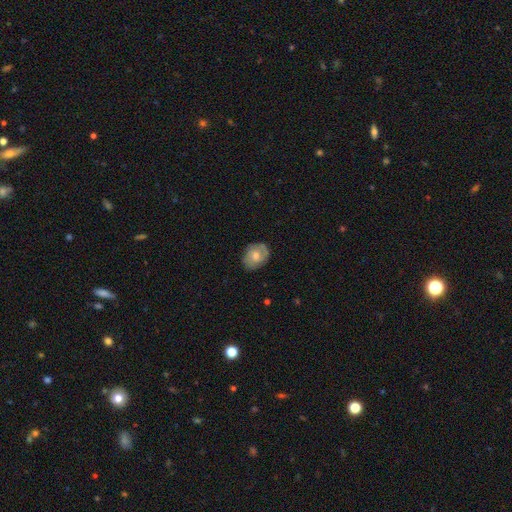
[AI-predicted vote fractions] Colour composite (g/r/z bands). It shows a smooth galaxy with no disk features (48%). Merging: none (76%).